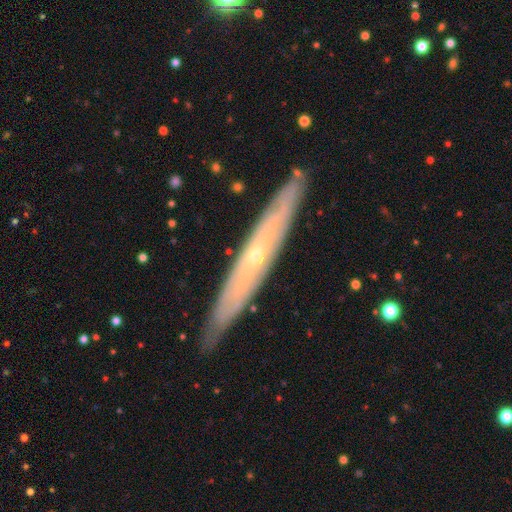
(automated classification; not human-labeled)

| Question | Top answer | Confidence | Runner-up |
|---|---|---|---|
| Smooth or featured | featured or disk | 76% | smooth (18%) |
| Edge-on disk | yes | 74% | no (26%) |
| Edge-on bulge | rounded | 59% | none (39%) |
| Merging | none | 88% | minor disturbance (9%) |